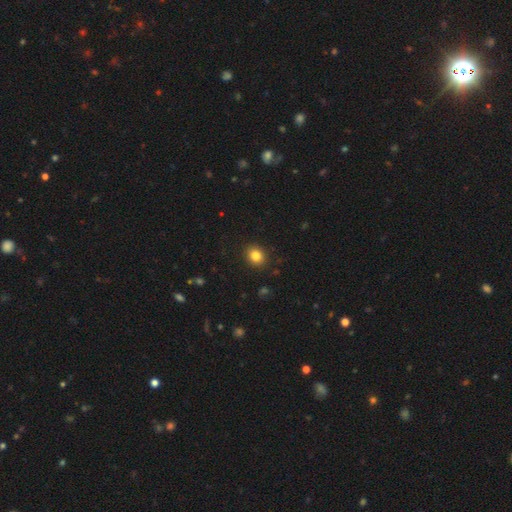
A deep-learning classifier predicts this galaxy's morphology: smooth_or_featured: smooth (p=0.83) [alt: star or artifact p=0.11]
how_rounded: round (p=0.65) [alt: in between p=0.34]
merging: none (p=0.90) [alt: minor disturbance p=0.07]